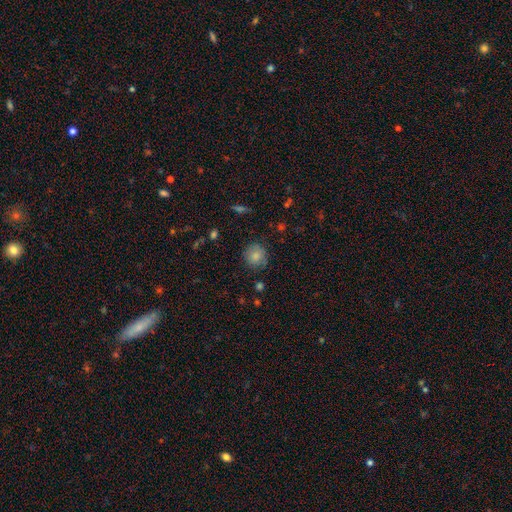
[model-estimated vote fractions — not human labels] Overall: smooth (82%). How rounded: round (89%). Merging: none (81%).